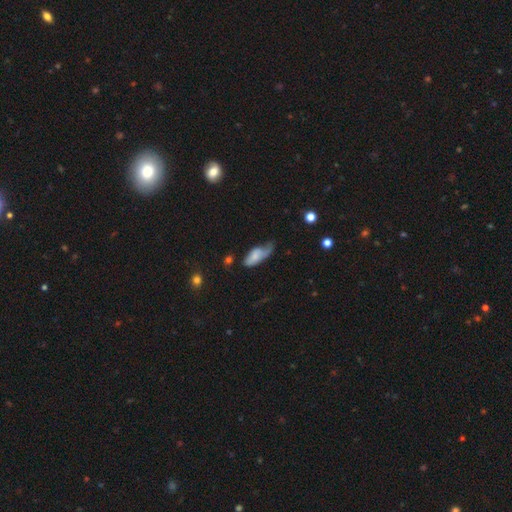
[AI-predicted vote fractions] smooth_or_featured: smooth (p=0.60) [alt: featured or disk p=0.32]
how_rounded: in between (p=0.84) [alt: cigar-shaped p=0.13]
merging: minor disturbance (p=0.38) [alt: major disturbance p=0.30]